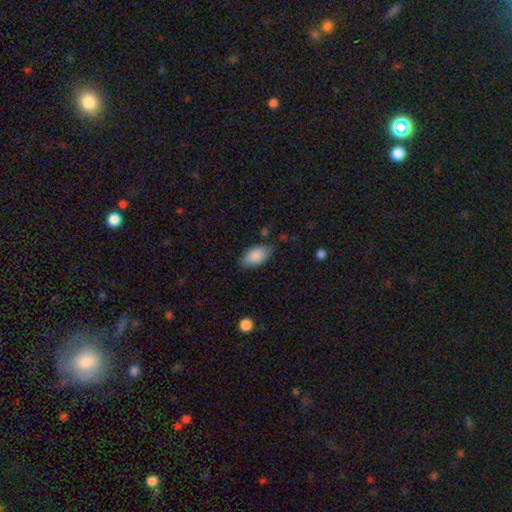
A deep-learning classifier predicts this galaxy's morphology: smooth 88%, star or artifact 6%, featured or disk 6%. Down the decision tree: how rounded — in between (94%); merging — none (78%).